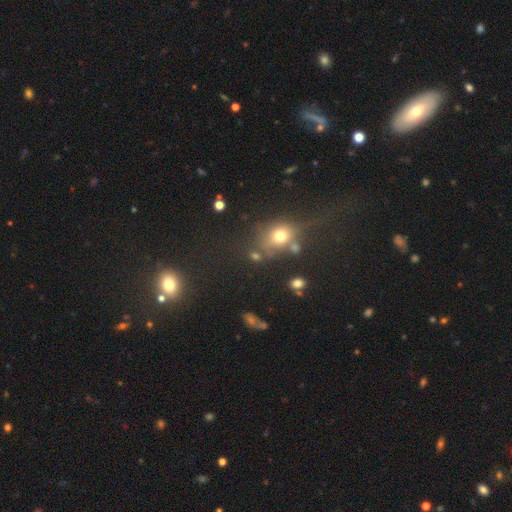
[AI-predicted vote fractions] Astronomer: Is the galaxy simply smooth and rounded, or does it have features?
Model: smooth — 64%.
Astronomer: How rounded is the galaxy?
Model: round — 52% (runner-up: in between, 46%).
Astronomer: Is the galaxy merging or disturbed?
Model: none — 58%.